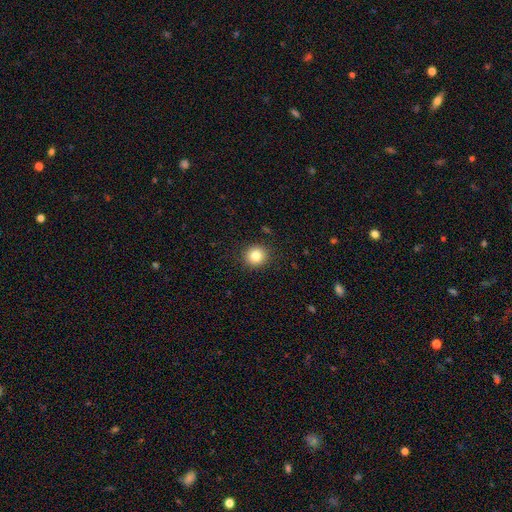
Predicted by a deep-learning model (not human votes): smooth_or_featured: smooth (p=0.84) [alt: star or artifact p=0.10]
how_rounded: round (p=0.90) [alt: in between p=0.09]
merging: none (p=0.90) [alt: minor disturbance p=0.07]